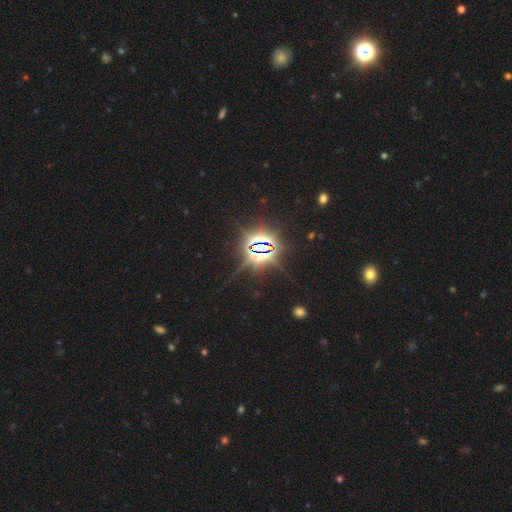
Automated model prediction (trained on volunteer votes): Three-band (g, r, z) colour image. It shows a star or artifact, not a galaxy (84%).